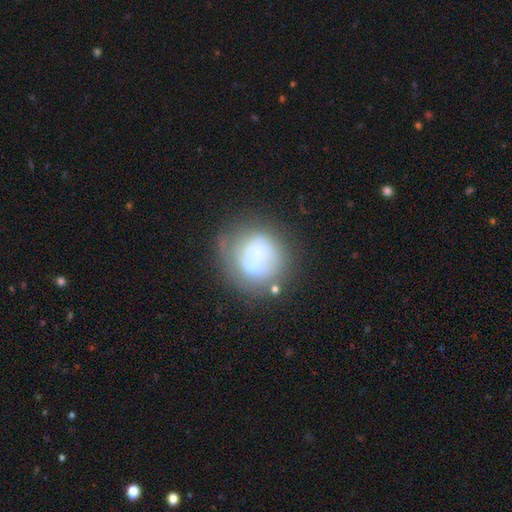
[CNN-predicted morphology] This appears to be a smooth galaxy with no disk features (53%) that is round (83%). Merging: none (53%).